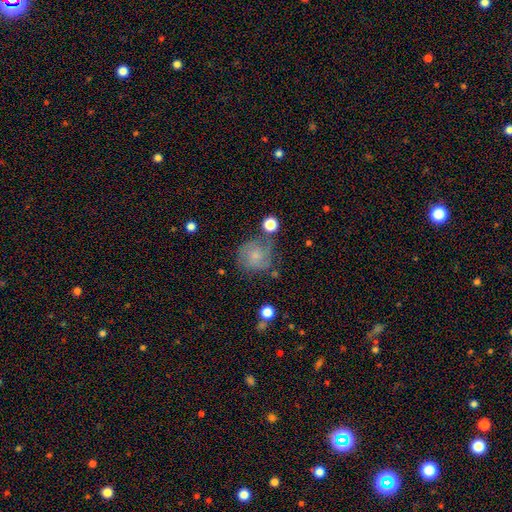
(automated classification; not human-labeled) smooth 45% (tied), featured or disk 45% (tied), star or artifact 10%. Down the decision tree: merging — none (55%).